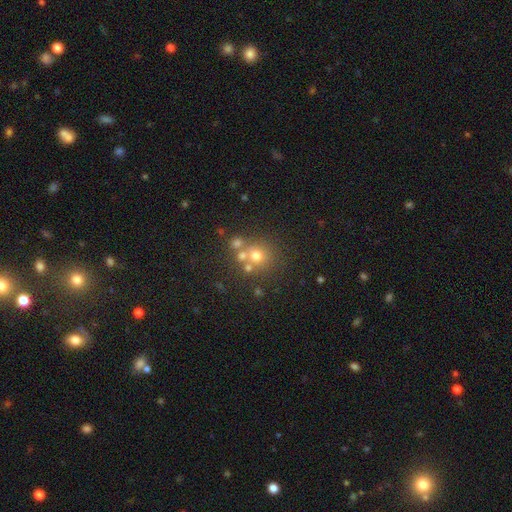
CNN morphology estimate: Smooth or featured? Predicted: smooth (p=0.62). How rounded? Predicted: round (p=0.87). Merging? Predicted: none (p=0.56).